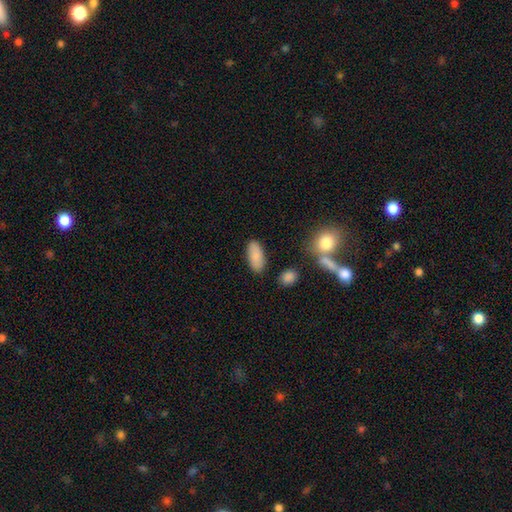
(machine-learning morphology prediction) This is clearly a smooth galaxy (86%). How rounded: clearly in between (90%). Merging: clearly none (84%).